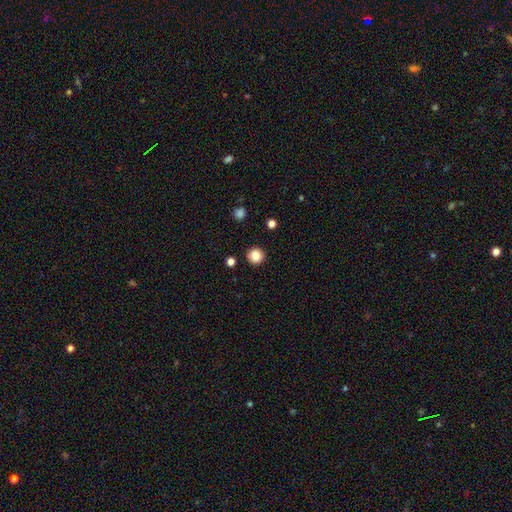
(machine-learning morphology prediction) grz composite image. It shows a smooth galaxy with no disk features (85%) that is round (96%). Merging: none (92%).